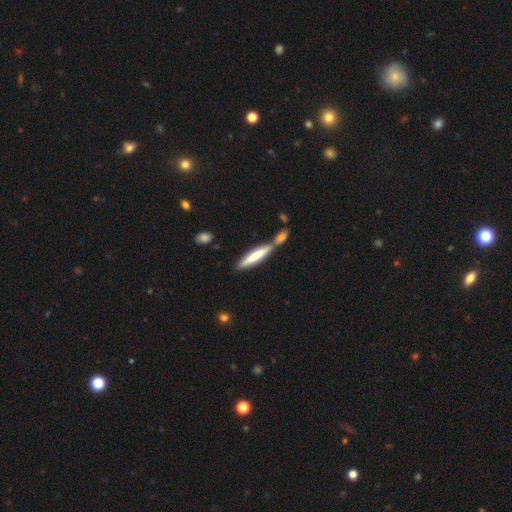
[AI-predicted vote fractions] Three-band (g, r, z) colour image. It shows a smooth galaxy with no disk features (69%) that is cigar-shaped (89%). Merging: none (46%).